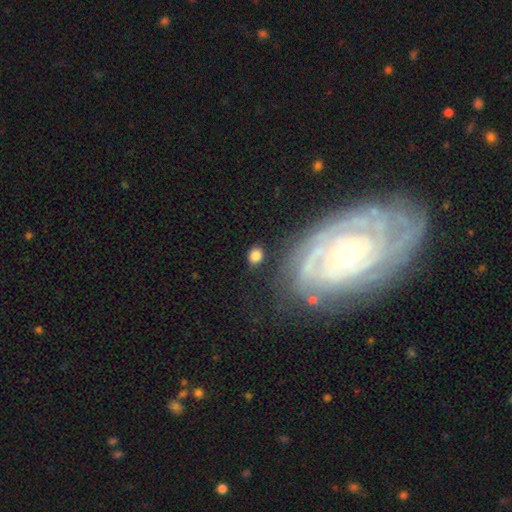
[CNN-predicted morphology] Q: Smooth or featured?
A: smooth (79%); runner-up: featured or disk (11%)
Q: How rounded?
A: round (55%); runner-up: in between (43%)
Q: Merging?
A: none (81%); runner-up: minor disturbance (11%)